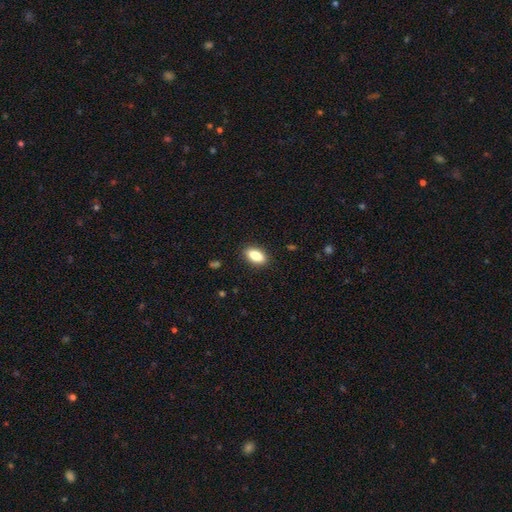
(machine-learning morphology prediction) smooth-or-featured: smooth: 84% | featured or disk: 9% | star or artifact: 8%
  how-rounded: in between: 87% | cigar-shaped: 8% | round: 6%
  merging: none: 88% | minor disturbance: 8% | major disturbance: 2% | merger: 1%